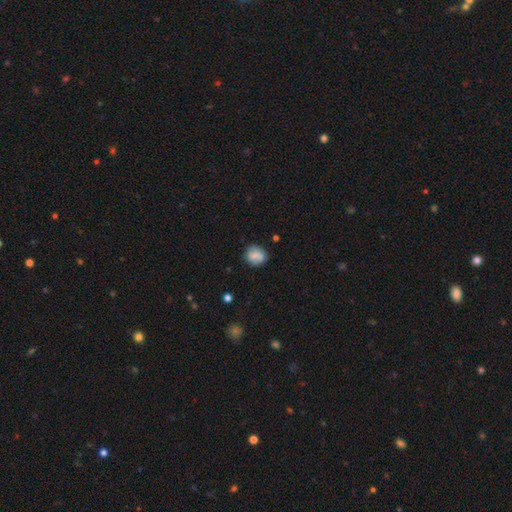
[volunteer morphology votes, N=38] smooth-or-featured: smooth: 84% | featured or disk: 13% | star or artifact: 3%
  how-rounded: round: 69% | in between: 31% | cigar-shaped: 0%
  merging: none: 62% | minor disturbance: 24% | merger: 11% | major disturbance: 3%